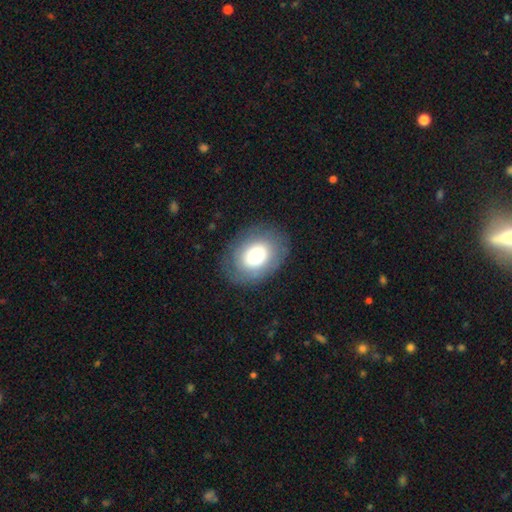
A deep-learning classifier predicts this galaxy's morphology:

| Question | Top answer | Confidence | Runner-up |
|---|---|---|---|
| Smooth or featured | smooth | 73% | featured or disk (18%) |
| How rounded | in between | 70% | round (29%) |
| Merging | none | 82% | minor disturbance (12%) |